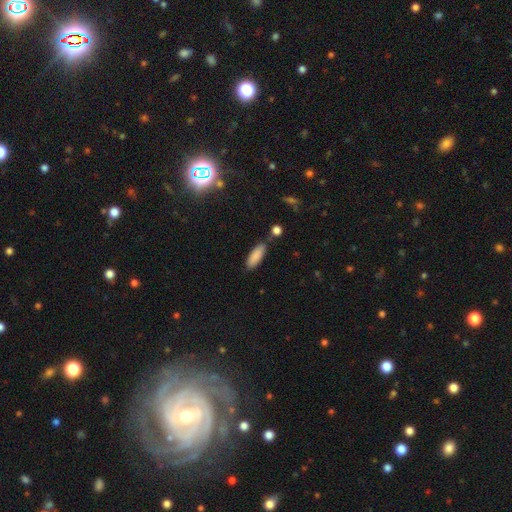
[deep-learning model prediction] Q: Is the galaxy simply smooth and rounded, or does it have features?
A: smooth — 87%.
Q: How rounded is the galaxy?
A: in between — 62%.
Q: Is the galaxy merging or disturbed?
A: none — 79%.